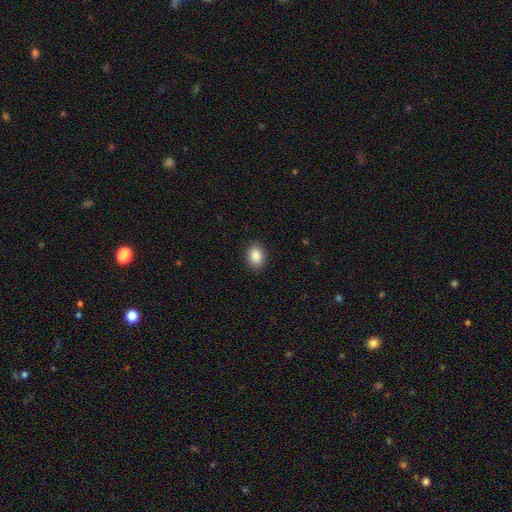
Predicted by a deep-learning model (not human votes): The model was most divided on "how rounded": in between: 70%, round: 29%, cigar-shaped: 1%. More confident: merging — none (89%); smooth or featured — smooth (88%).